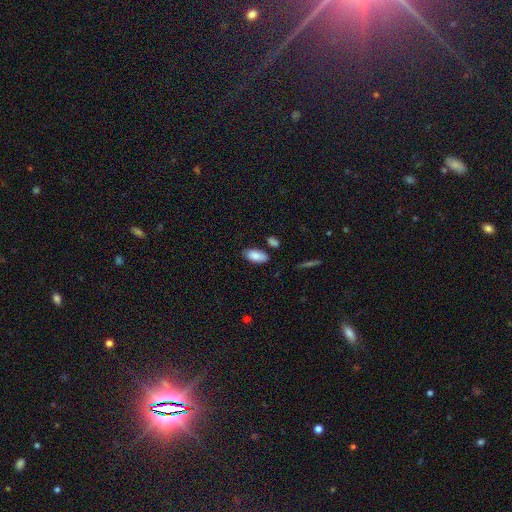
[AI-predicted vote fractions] Smooth or featured? smooth (87%)
How rounded? in between (91%)
Merging? none (79%)